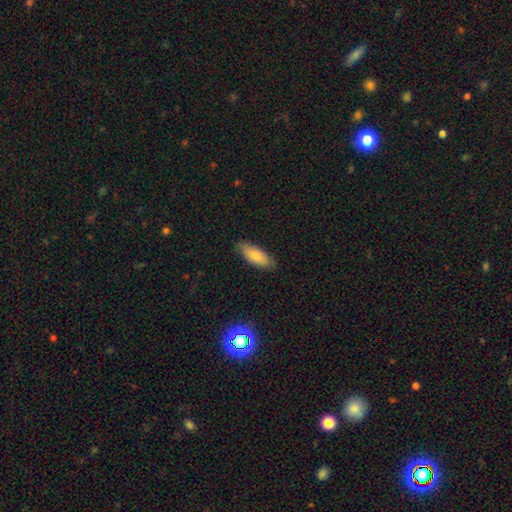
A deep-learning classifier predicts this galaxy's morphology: type=smooth (80%); roundness=in between (77%); merging=none (81%).